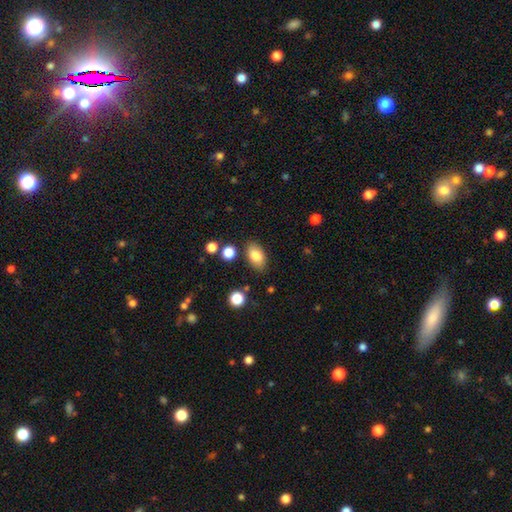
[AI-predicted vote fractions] Morphology: type=smooth (83%); roundness=in between (90%); merging=none (82%).